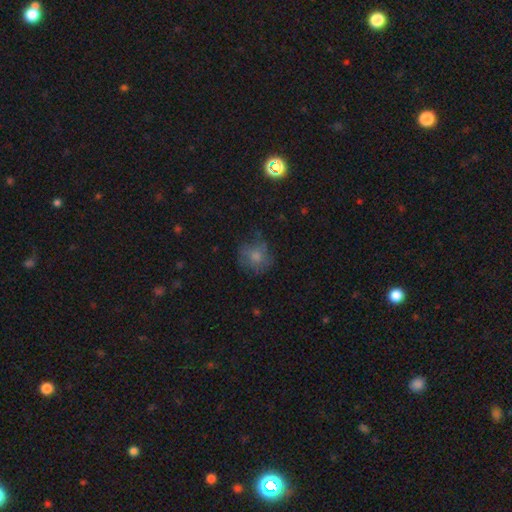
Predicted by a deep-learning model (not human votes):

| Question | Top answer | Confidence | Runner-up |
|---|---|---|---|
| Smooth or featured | smooth | 68% | featured or disk (20%) |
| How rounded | round | 82% | in between (17%) |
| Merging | none | 61% | minor disturbance (22%) |